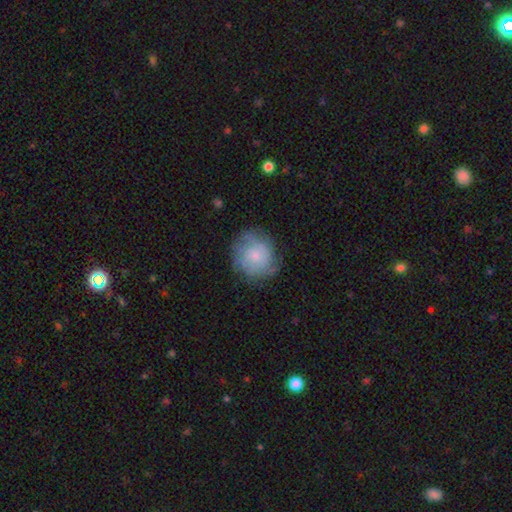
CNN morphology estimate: smooth-or-featured: smooth: 48% | featured or disk: 44% | star or artifact: 8%
  merging: none: 71% | minor disturbance: 20% | major disturbance: 8% | merger: 1%